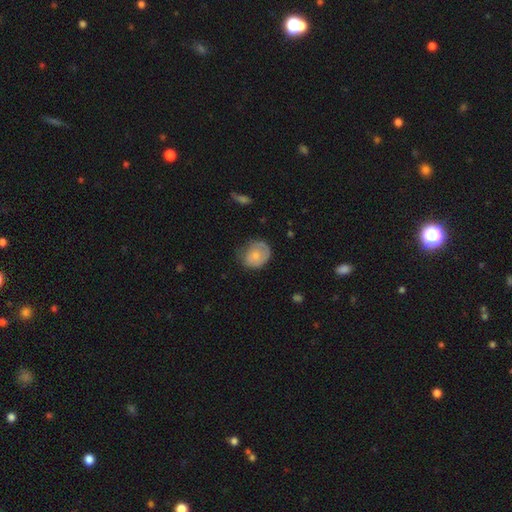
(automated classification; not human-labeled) Overall: smooth (61%; featured or disk 32%). How rounded: round (62%; in between 37%). Merging: none (53%; minor disturbance 32%).